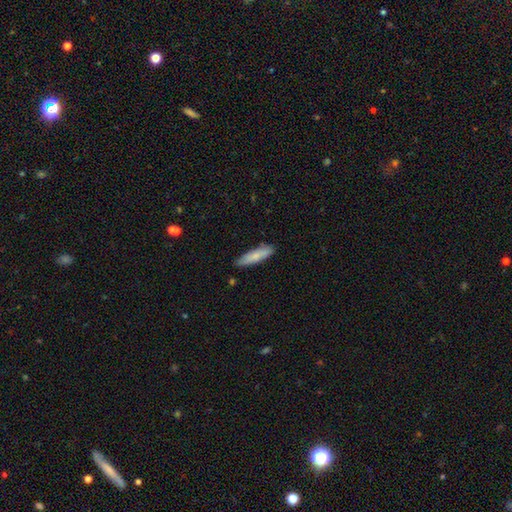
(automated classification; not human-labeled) Q: Smooth or featured?
A: smooth (79%); runner-up: featured or disk (15%)
Q: How rounded?
A: cigar-shaped (77%); runner-up: in between (22%)
Q: Merging?
A: none (82%); runner-up: minor disturbance (14%)